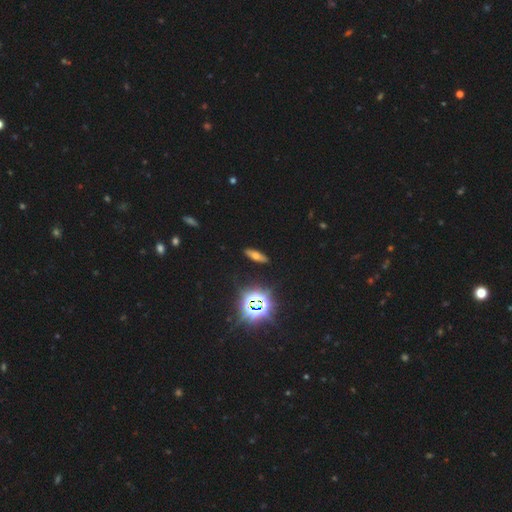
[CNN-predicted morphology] A smooth galaxy with no disk features (48%).

Vote fractions:
- Smooth or featured? smooth: 48% / star or artifact: 30% / featured or disk: 22%
- Merging? none: 89% / minor disturbance: 7% / major disturbance: 2% / merger: 2%